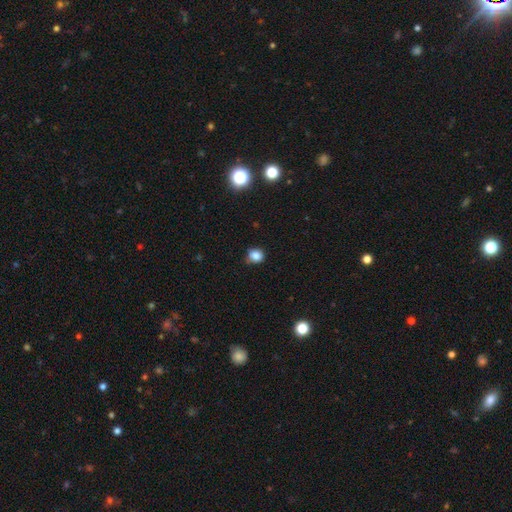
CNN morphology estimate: type=smooth (82%); roundness=round (80%); merging=none (68%).